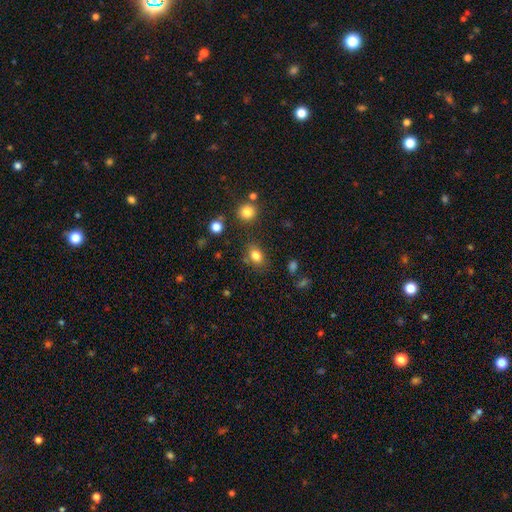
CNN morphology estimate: type=smooth (82%); roundness=in between (72%); merging=none (76%).